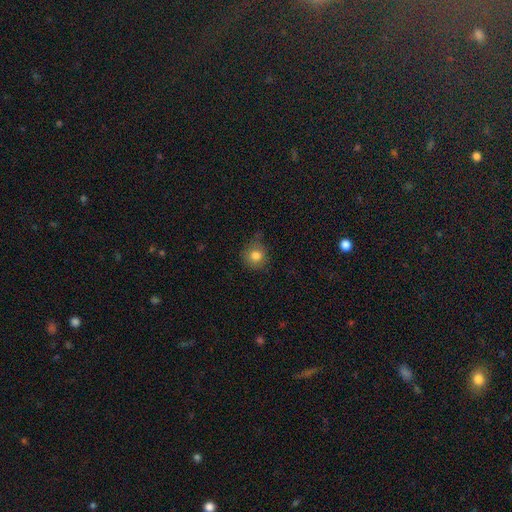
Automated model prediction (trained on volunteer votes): This is clearly a smooth galaxy (81%). How rounded: clearly round (86%). Merging: likely none (64%).